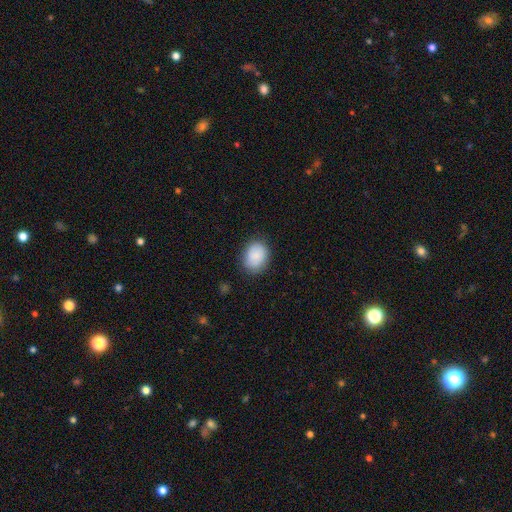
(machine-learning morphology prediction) Overall: smooth (86%). How rounded: round (50%; in between 49%). Merging: none (84%).